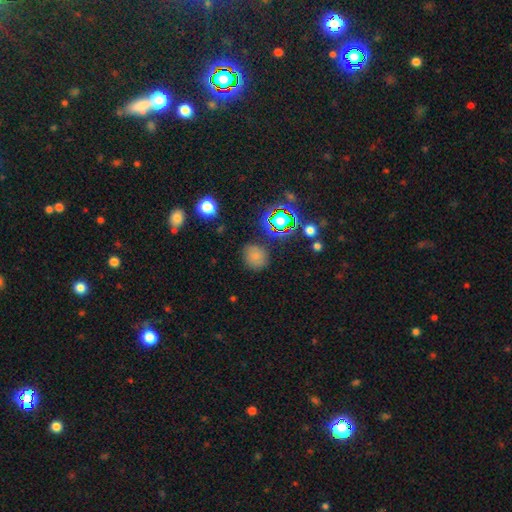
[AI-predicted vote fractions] The model was most divided on "smooth or featured": smooth: 71%, star or artifact: 21%, featured or disk: 8%. More confident: merging — none (80%); how rounded — round (80%).